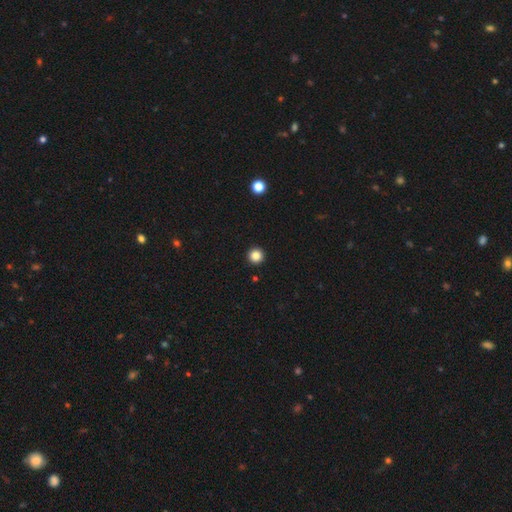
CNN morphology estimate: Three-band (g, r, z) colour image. It shows a smooth galaxy with no disk features (85%) that is round (97%). Merging: none (94%).